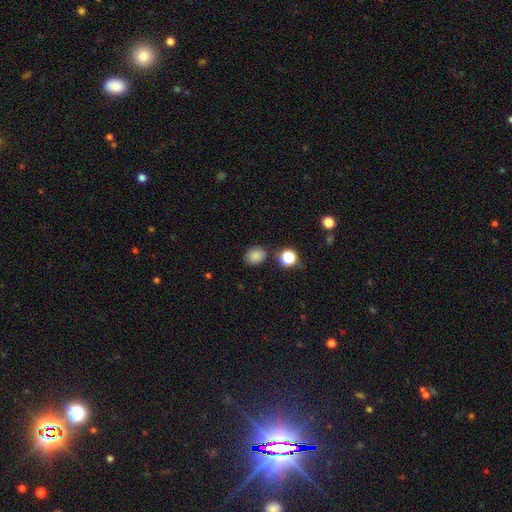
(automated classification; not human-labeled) smooth-or-featured: smooth: 83% | star or artifact: 12% | featured or disk: 5%
  how-rounded: round: 57% | in between: 42% | cigar-shaped: 1%
  merging: none: 80% | minor disturbance: 12% | merger: 5% | major disturbance: 3%